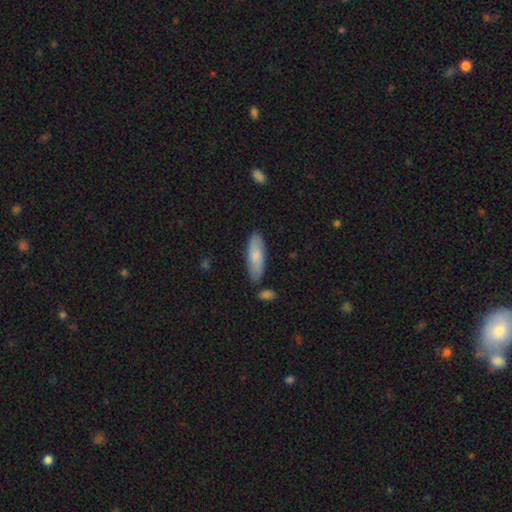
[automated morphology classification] A smooth galaxy with no disk features (74%) that is in between round and cigar-shaped (59%). Merging: none (79%).